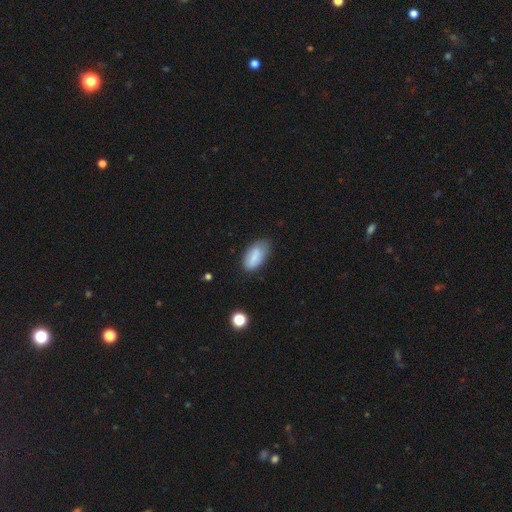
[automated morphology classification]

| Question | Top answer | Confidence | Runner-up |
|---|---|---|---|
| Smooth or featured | smooth | 82% | featured or disk (11%) |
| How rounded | in between | 92% | cigar-shaped (5%) |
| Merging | none | 65% | minor disturbance (27%) |